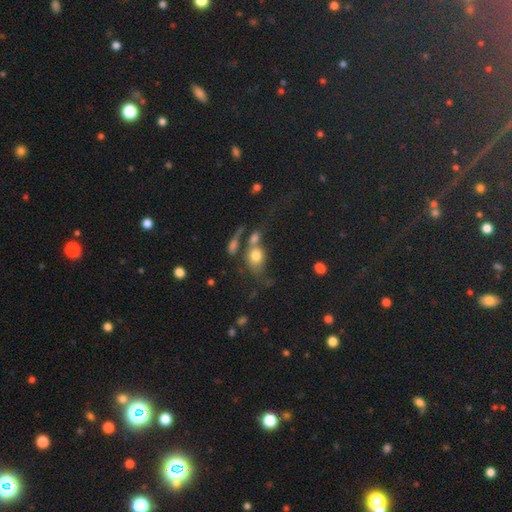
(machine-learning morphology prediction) A smooth galaxy with no disk features (71%) that is in between round and cigar-shaped (52%). Merging: merger (42%).